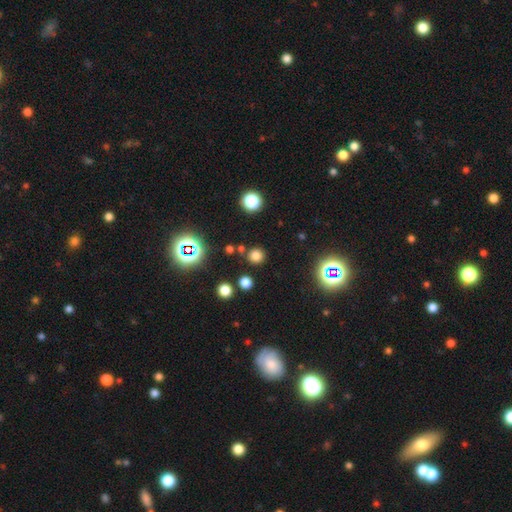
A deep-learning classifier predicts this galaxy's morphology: This appears to be a smooth galaxy with no disk features (71%) that is round (92%). Merging: none (84%).